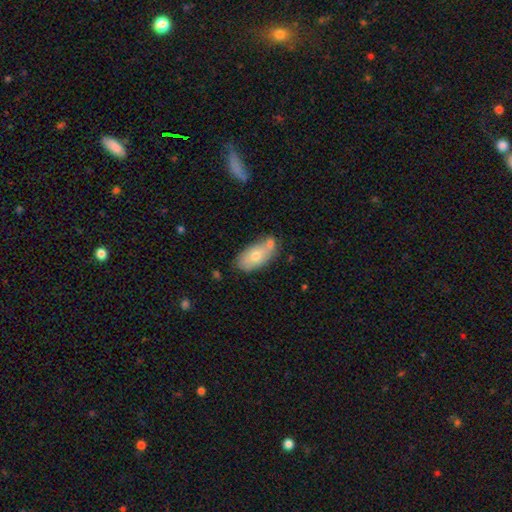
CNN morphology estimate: Q: Smooth or featured?
A: smooth (66%); runner-up: featured or disk (27%)
Q: How rounded?
A: in between (90%); runner-up: cigar-shaped (5%)
Q: Merging?
A: none (55%); runner-up: merger (22%)